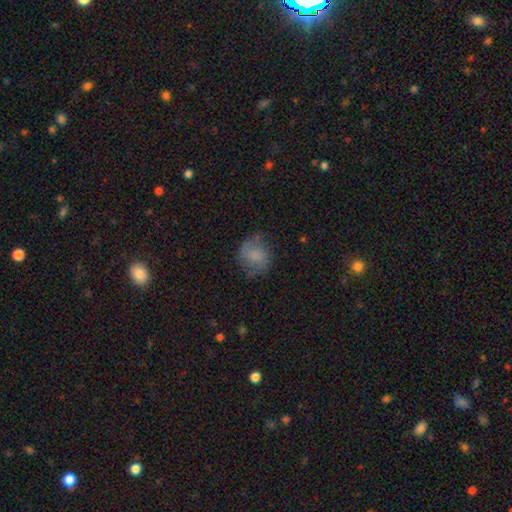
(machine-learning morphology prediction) This is likely a smooth galaxy (65%). How rounded: likely round (72%). Merging: likely none (62%).